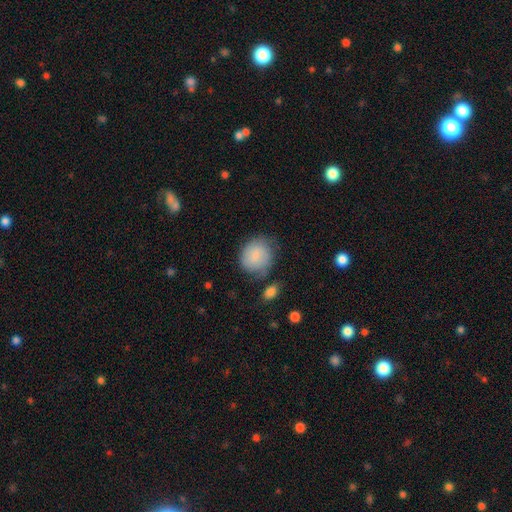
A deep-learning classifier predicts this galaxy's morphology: A smooth galaxy with no disk features (80%) that is round (74%). Merging: none (62%).